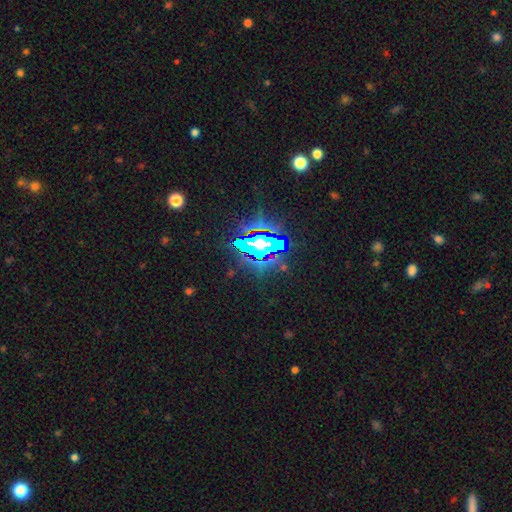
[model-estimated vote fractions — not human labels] A star or artifact, not a galaxy (79%).

Vote fractions:
- Smooth or featured? star or artifact: 79% / smooth: 11% / featured or disk: 10%